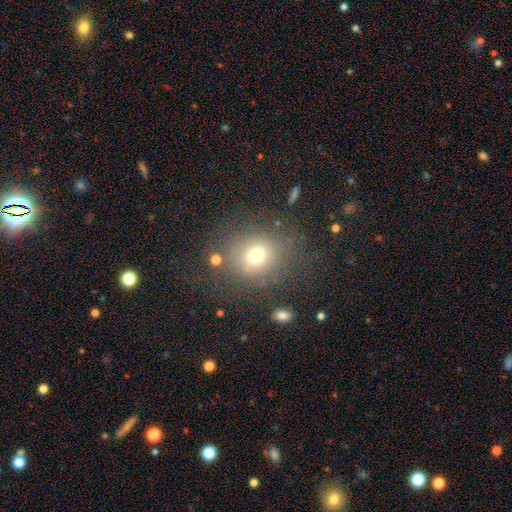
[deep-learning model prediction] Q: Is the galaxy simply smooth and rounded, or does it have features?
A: smooth — 70%.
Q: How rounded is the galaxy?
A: round — 73%.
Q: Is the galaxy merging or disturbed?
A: none — 75%.